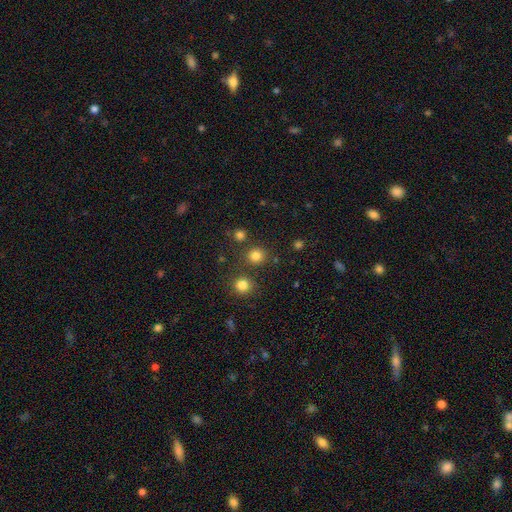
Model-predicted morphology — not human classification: smooth_or_featured: smooth (p=0.80) [alt: star or artifact p=0.15]
how_rounded: round (p=0.90) [alt: in between p=0.09]
merging: none (p=0.82) [alt: merger p=0.08]